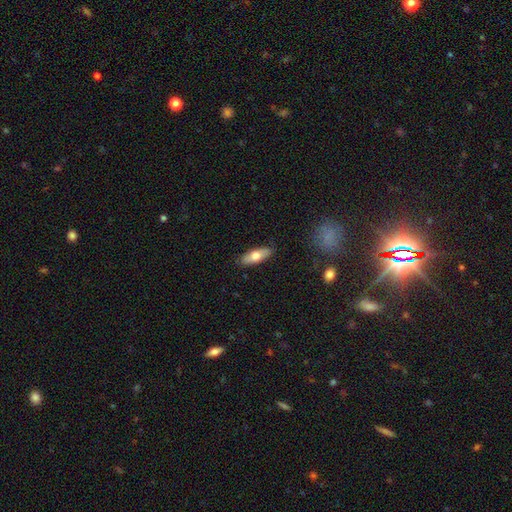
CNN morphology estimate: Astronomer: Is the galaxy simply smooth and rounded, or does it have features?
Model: smooth — 67%.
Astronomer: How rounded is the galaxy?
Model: in between — 64%.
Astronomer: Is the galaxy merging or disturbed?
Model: none — 87%.